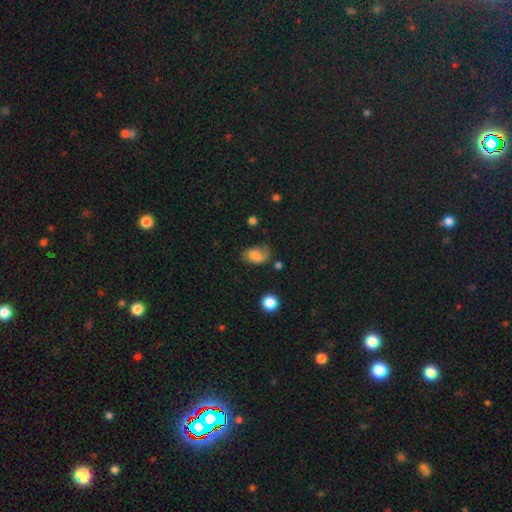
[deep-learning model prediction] Smooth or featured: smooth — 71% (featured or disk — 19%)
How rounded: in between — 82% (round — 16%)
Merging: none — 54% (minor disturbance — 31%)